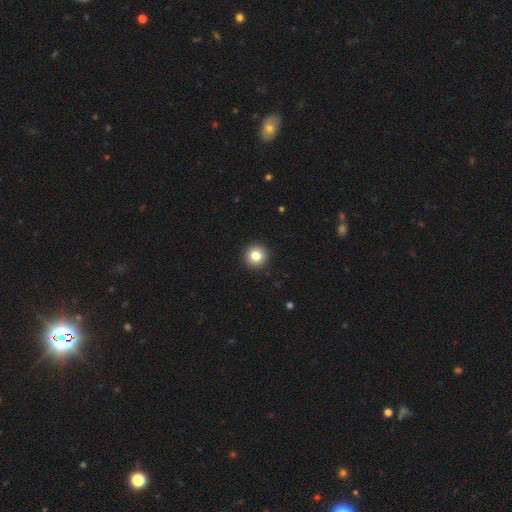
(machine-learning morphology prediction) A smooth galaxy with no disk features (82%) that is round (96%).

Vote fractions:
- Smooth or featured? smooth: 82% / star or artifact: 10% / featured or disk: 8%
- How rounded? round: 96% / in between: 3% / cigar-shaped: 1%
- Merging? none: 94% / minor disturbance: 4% / major disturbance: 1% / merger: 1%